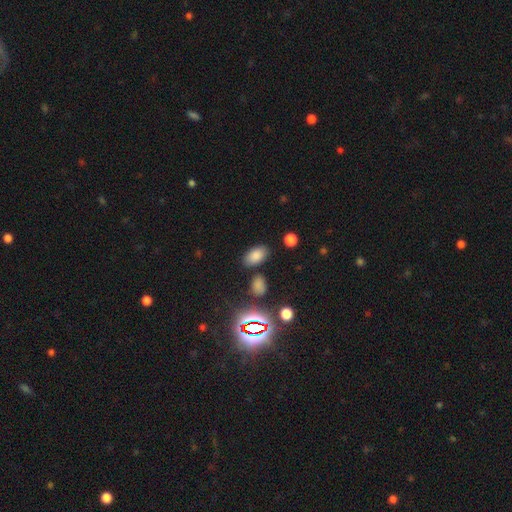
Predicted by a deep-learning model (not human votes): This appears to be a smooth galaxy with no disk features (80%) that is in between round and cigar-shaped (92%). Merging: none (81%).